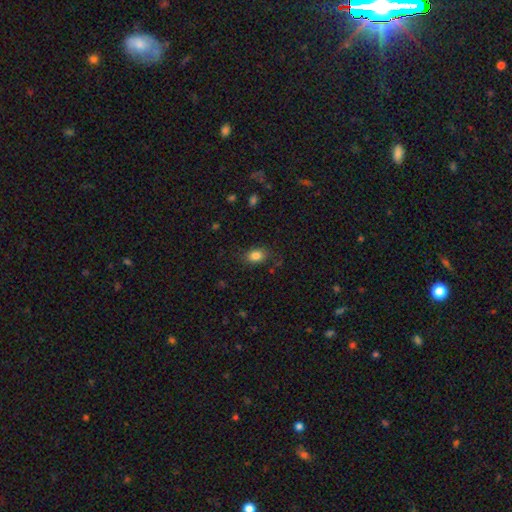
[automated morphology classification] The model was most divided on "how rounded": in between: 72%, round: 26%, cigar-shaped: 1%. More confident: smooth or featured — smooth (84%); merging — none (80%).